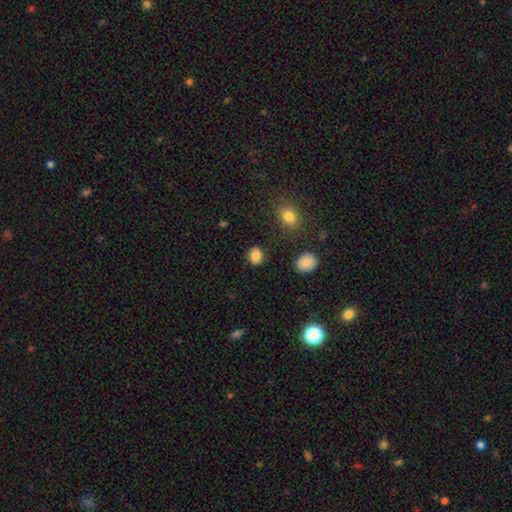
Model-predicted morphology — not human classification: smooth-or-featured: smooth: 78% | featured or disk: 12% | star or artifact: 10%
  how-rounded: round: 60% | in between: 39% | cigar-shaped: 1%
  merging: none: 80% | minor disturbance: 14% | major disturbance: 4% | merger: 2%